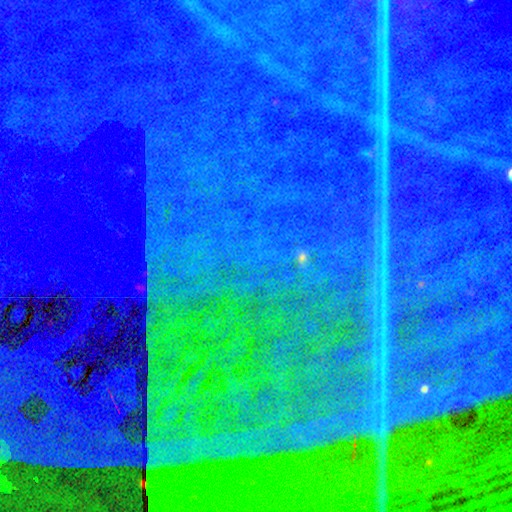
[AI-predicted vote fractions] Morphology: type=star or artifact (89%).